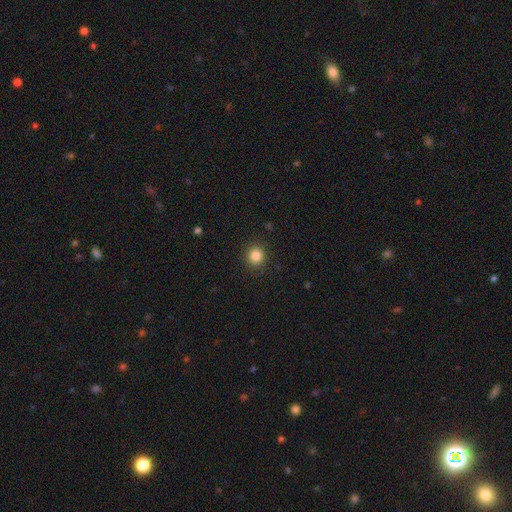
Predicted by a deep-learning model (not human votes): Overall: smooth (85%). How rounded: round (90%). Merging: none (90%).